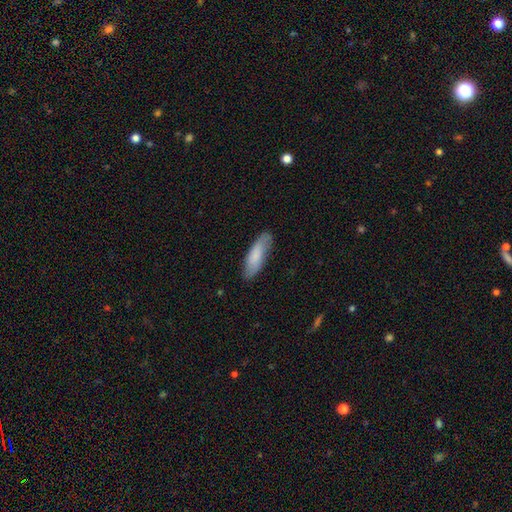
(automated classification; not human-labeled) The model was most divided on "how rounded": cigar-shaped: 51%, in between: 47%, round: 2%. More confident: merging — none (81%); smooth or featured — smooth (74%).